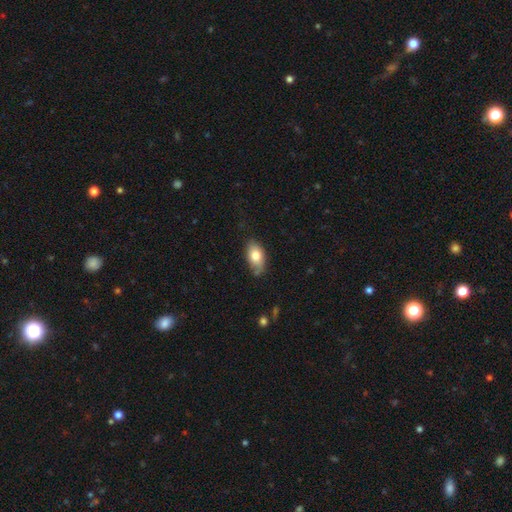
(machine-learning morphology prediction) smooth 76%, featured or disk 17%, star or artifact 7%. Down the decision tree: how rounded — in between (91%); merging — none (66%).